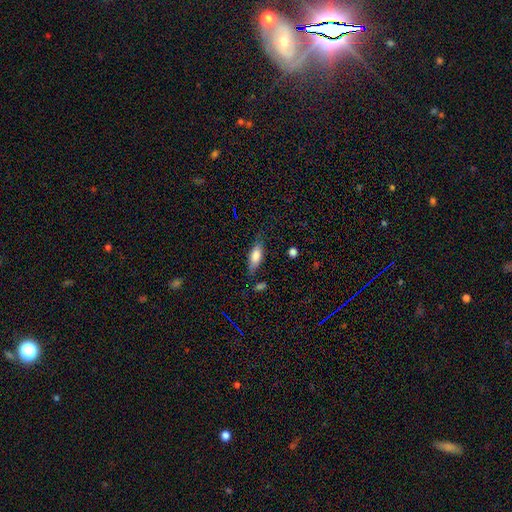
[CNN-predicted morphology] This appears to be a smooth galaxy with no disk features (73%) that is in between round and cigar-shaped (69%). Merging: none (70%).